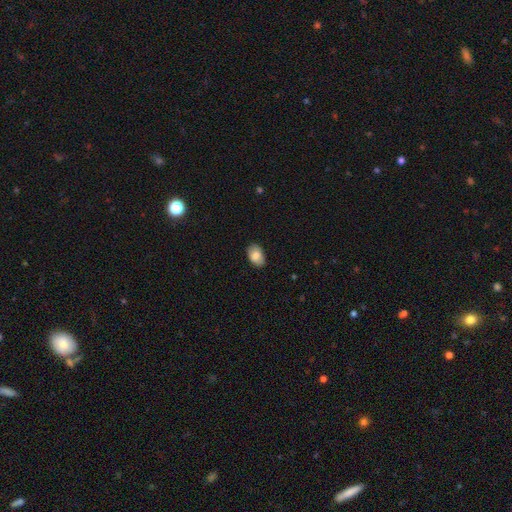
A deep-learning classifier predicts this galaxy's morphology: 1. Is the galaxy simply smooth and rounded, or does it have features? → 84% smooth, 9% featured or disk, 7% star or artifact.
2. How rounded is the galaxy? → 89% in between, 10% round, 1% cigar-shaped.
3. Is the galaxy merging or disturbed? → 83% none, 13% minor disturbance, 2% major disturbance, 1% merger.